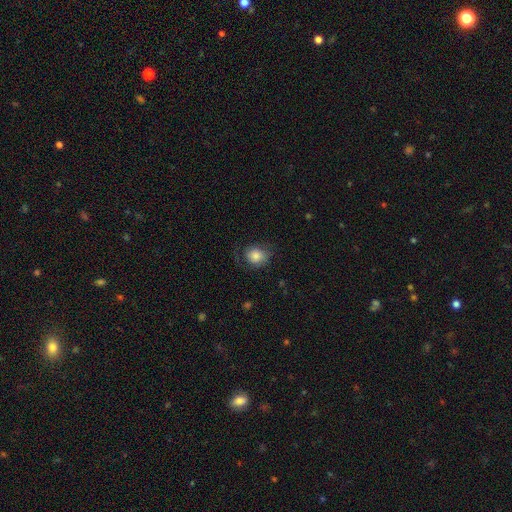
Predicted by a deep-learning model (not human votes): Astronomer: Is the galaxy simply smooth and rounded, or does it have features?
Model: smooth — 74%.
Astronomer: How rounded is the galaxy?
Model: round — 65%.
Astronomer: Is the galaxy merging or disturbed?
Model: none — 60%.